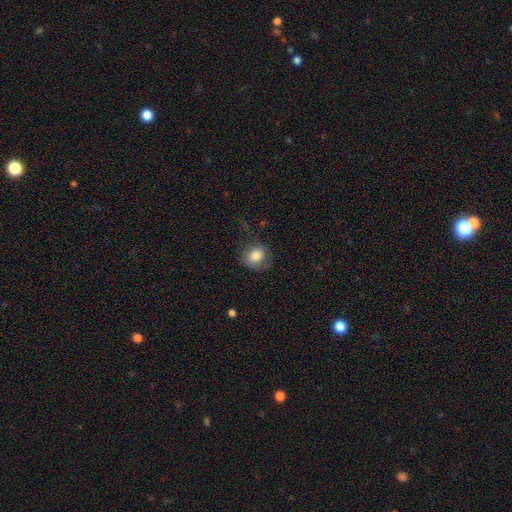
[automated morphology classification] Smooth or featured?
  - smooth: 76% *
  - featured or disk: 15%
  - star or artifact: 8%
How rounded?
  - round: 56% *
  - in between: 43%
  - cigar-shaped: 1%
Merging?
  - none: 60% *
  - minor disturbance: 23%
  - major disturbance: 15%
  - merger: 1%